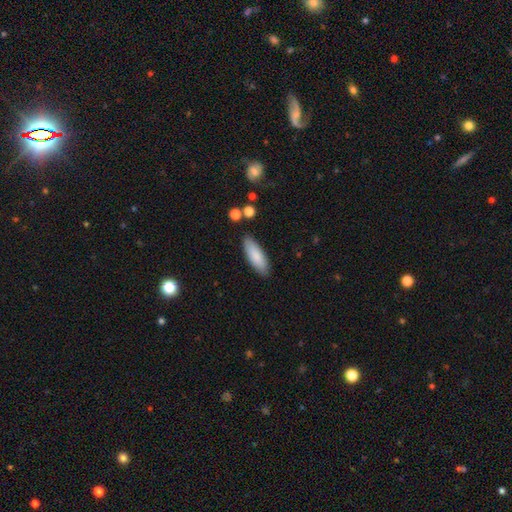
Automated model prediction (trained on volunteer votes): Smooth or featured? Predicted: smooth (p=0.85). How rounded? Predicted: in between (p=0.61). Merging? Predicted: none (p=0.87).